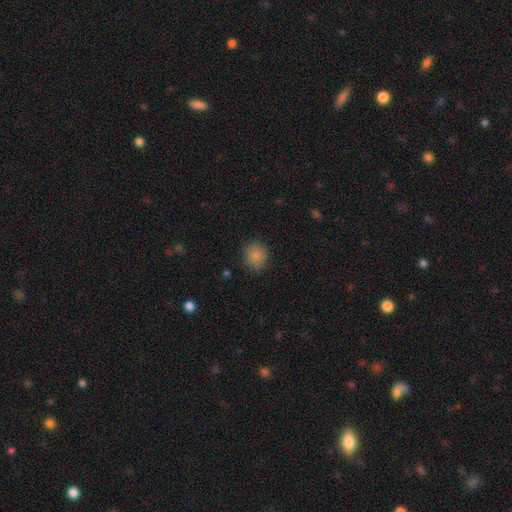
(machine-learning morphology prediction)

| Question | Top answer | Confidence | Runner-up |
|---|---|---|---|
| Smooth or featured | smooth | 85% | star or artifact (9%) |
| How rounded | round | 85% | in between (14%) |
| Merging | none | 84% | minor disturbance (12%) |